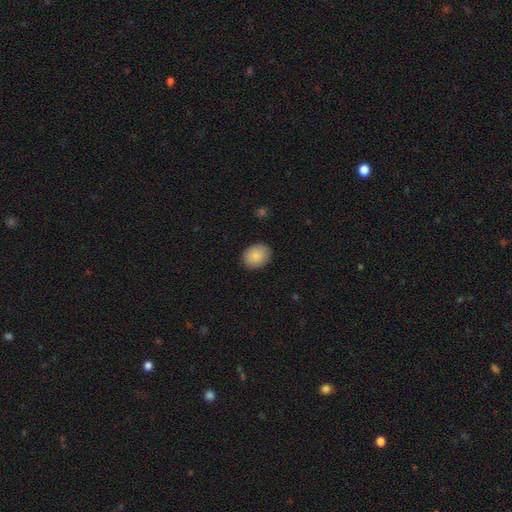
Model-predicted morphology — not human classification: Smooth or featured? Predicted: smooth (p=0.87). How rounded? Predicted: in between (p=0.50). Merging? Predicted: none (p=0.88).